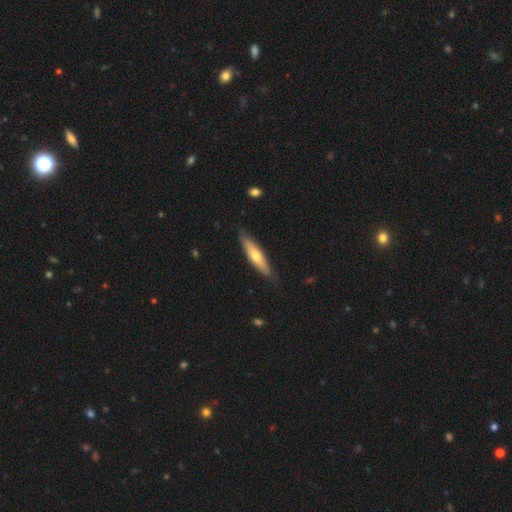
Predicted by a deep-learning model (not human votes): Q: Smooth or featured?
A: smooth (55%); runner-up: featured or disk (40%)
Q: How rounded?
A: cigar-shaped (77%); runner-up: in between (22%)
Q: Merging?
A: none (82%); runner-up: minor disturbance (14%)